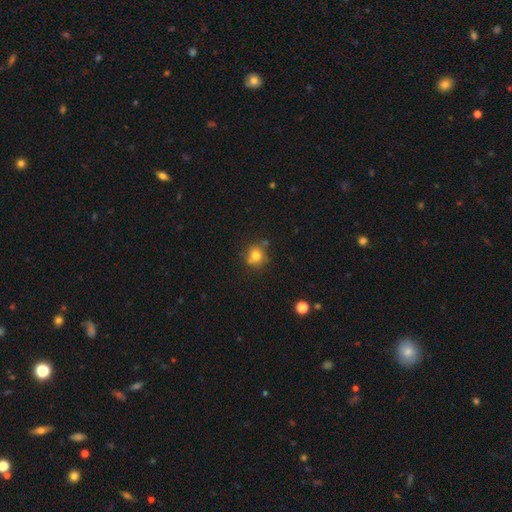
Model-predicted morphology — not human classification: This is likely a smooth galaxy (76%). How rounded: clearly round (86%). Merging: likely none (69%).